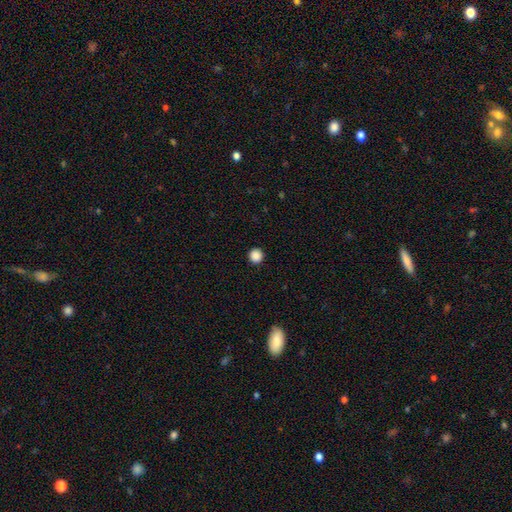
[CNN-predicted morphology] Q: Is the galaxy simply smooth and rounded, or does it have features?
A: smooth — 88%.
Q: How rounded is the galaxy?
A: round — 94%.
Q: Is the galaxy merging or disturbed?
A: none — 93%.